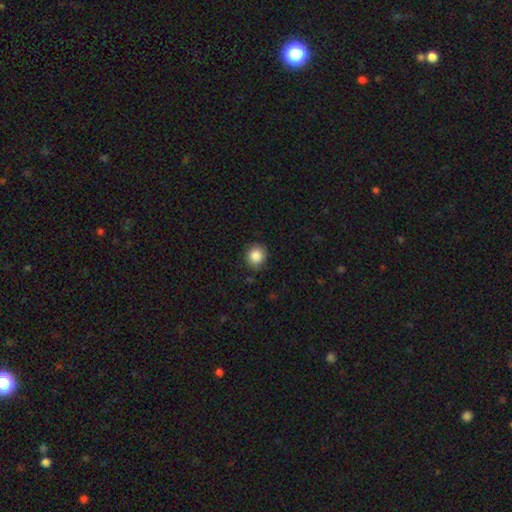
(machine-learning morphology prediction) Smooth or featured: smooth — 87% (star or artifact — 9%)
How rounded: round — 86% (in between — 13%)
Merging: none — 86% (minor disturbance — 10%)